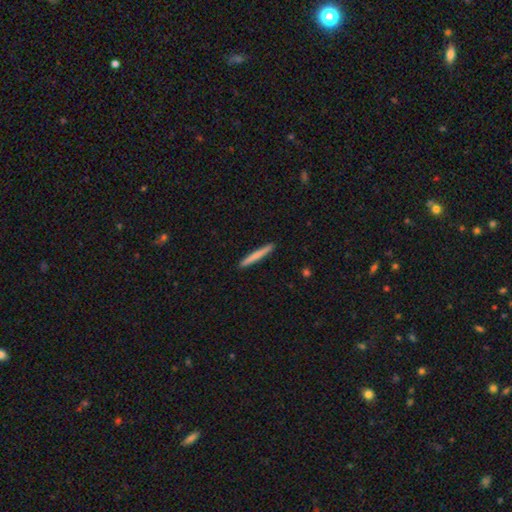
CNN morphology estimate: Smooth or featured?
  - smooth: 71% *
  - featured or disk: 24%
  - star or artifact: 5%
How rounded?
  - cigar-shaped: 97% *
  - in between: 2%
  - round: 1%
Merging?
  - none: 93% *
  - minor disturbance: 5%
  - major disturbance: 1%
  - merger: 1%